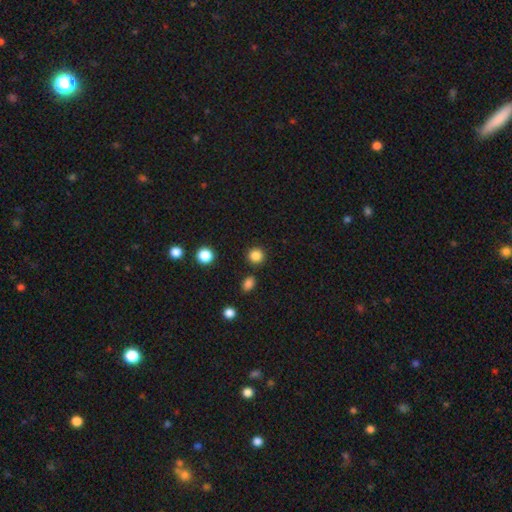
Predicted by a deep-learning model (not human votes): Morphology: type=smooth (85%); roundness=round (92%); merging=none (88%).